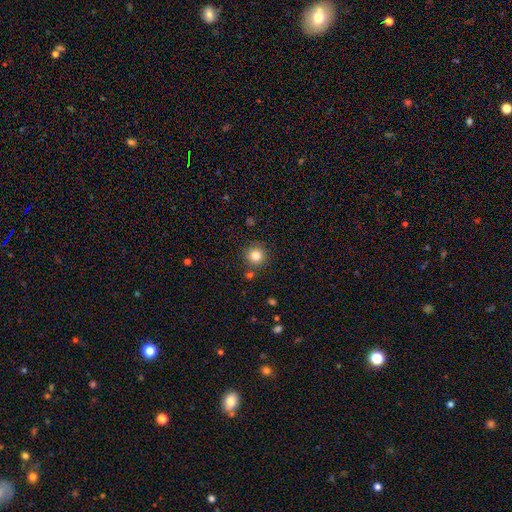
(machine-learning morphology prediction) A smooth galaxy with no disk features (82%) that is round (94%).

Vote fractions:
- Smooth or featured? smooth: 82% / star or artifact: 12% / featured or disk: 6%
- How rounded? round: 94% / in between: 5% / cigar-shaped: 1%
- Merging? none: 85% / minor disturbance: 7% / merger: 6% / major disturbance: 2%